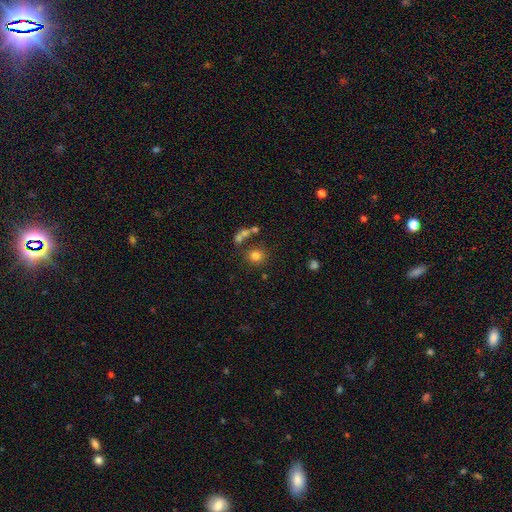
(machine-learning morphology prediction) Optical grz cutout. It shows a smooth galaxy with no disk features (78%) that is round (84%). Merging: none (72%).